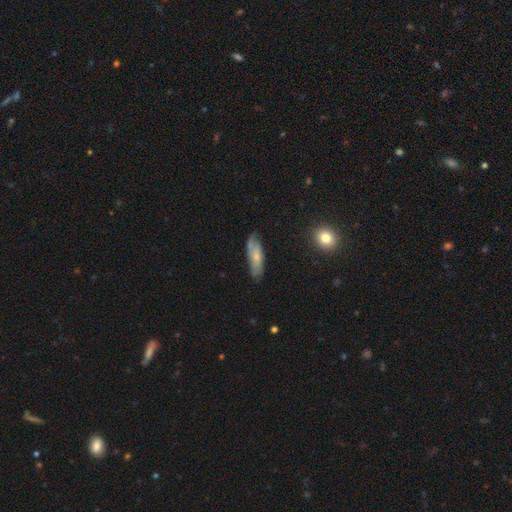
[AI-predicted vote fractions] Smooth or featured?
  - smooth: 47% *
  - featured or disk: 46%
  - star or artifact: 7%
Merging?
  - none: 65% *
  - minor disturbance: 25%
  - major disturbance: 8%
  - merger: 2%